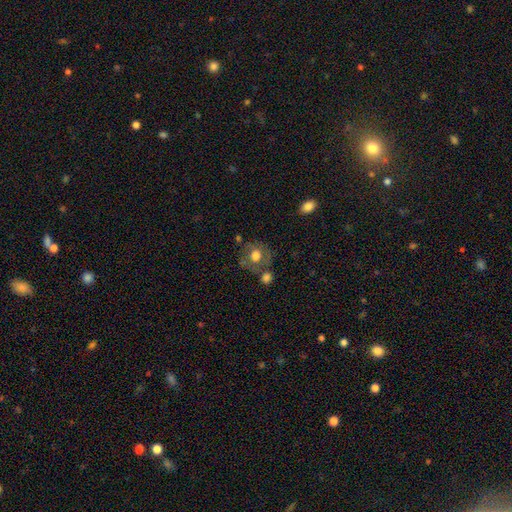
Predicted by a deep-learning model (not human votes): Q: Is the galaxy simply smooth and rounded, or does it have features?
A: smooth — 57%.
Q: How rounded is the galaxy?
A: round — 78%.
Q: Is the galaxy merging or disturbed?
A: none — 60%.